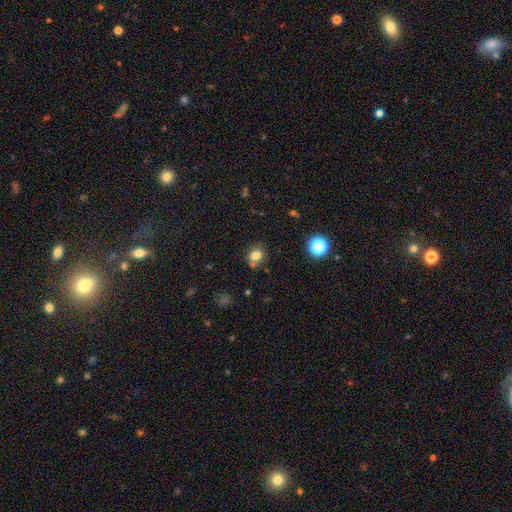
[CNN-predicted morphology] Q: Smooth or featured?
A: smooth (78%); runner-up: star or artifact (14%)
Q: How rounded?
A: round (65%); runner-up: in between (34%)
Q: Merging?
A: none (67%); runner-up: minor disturbance (16%)